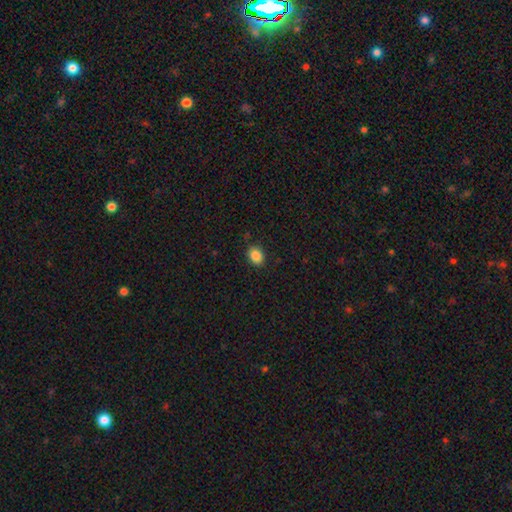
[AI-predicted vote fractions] The model was most divided on "how rounded": in between: 63%, round: 36%, cigar-shaped: 1%. More confident: merging — none (87%); smooth or featured — smooth (86%).